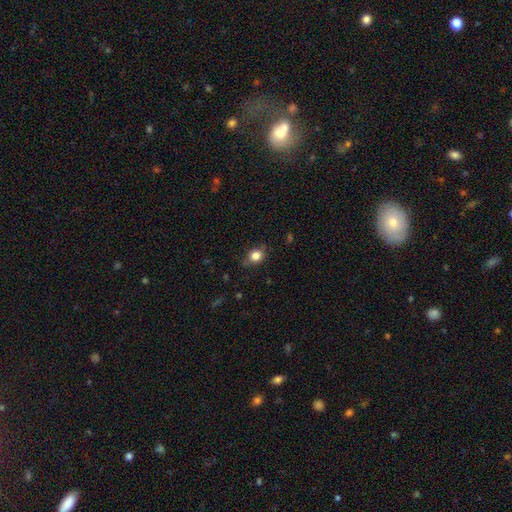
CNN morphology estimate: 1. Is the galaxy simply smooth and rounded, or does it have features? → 80% smooth, 10% star or artifact, 9% featured or disk.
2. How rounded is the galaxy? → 61% round, 38% in between, 2% cigar-shaped.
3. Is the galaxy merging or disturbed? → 72% none, 22% minor disturbance, 5% major disturbance, 1% merger.